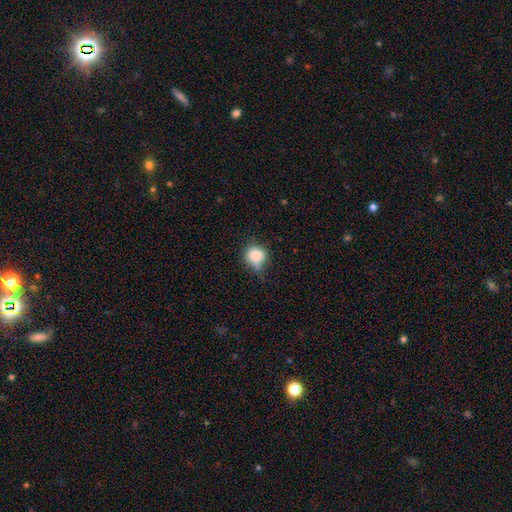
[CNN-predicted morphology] A smooth galaxy with no disk features (79%) that is round (74%). Merging: none (42%).